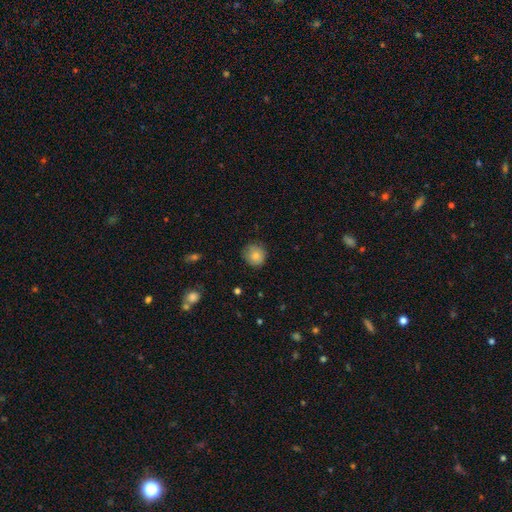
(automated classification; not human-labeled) This appears to be a smooth galaxy with no disk features (82%) that is round (88%). Merging: none (79%).